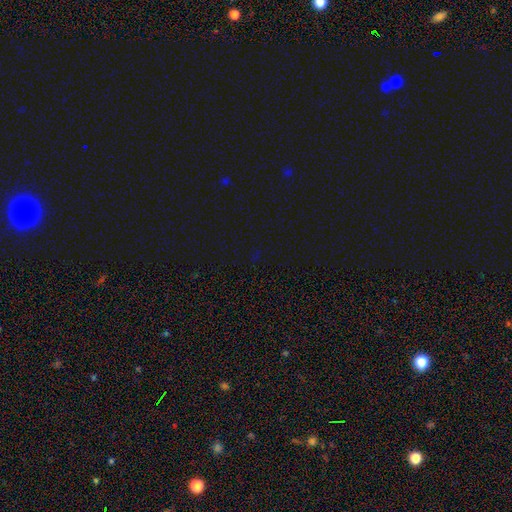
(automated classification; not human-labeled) Overall: star or artifact (74%).